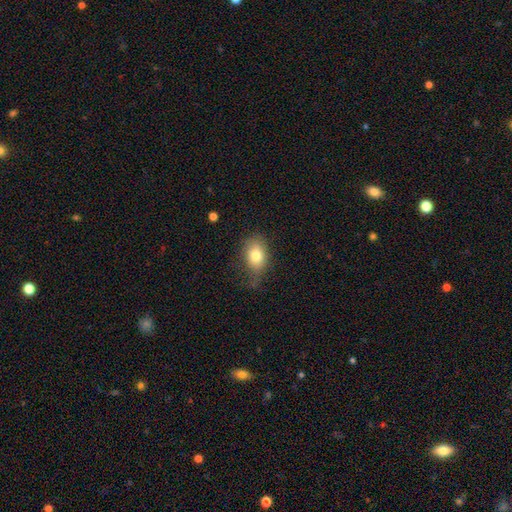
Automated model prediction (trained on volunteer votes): smooth 79%, featured or disk 12%, star or artifact 9%. Down the decision tree: how rounded — in between (79%); merging — none (62%).